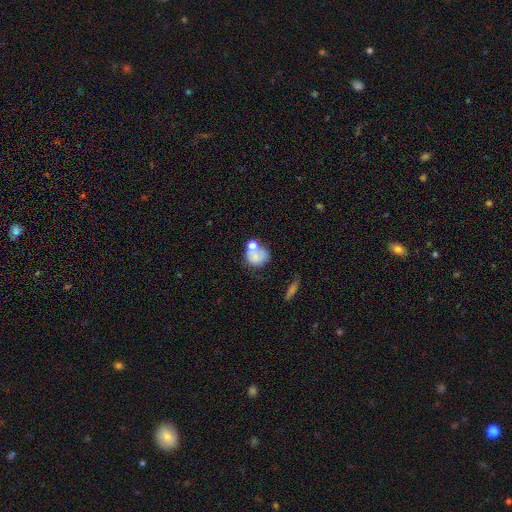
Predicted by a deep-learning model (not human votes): smooth_or_featured: smooth (p=0.67) [alt: featured or disk p=0.23]
how_rounded: round (p=0.67) [alt: in between p=0.31]
merging: none (p=0.36) [alt: merger p=0.33]